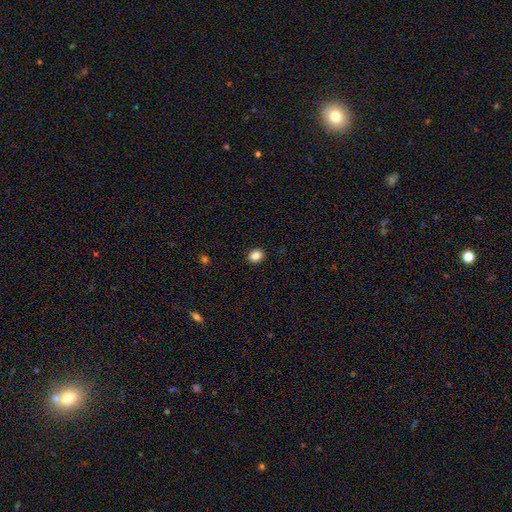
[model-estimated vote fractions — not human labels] Overall: smooth (86%). How rounded: round (55%; in between 44%). Merging: none (91%).